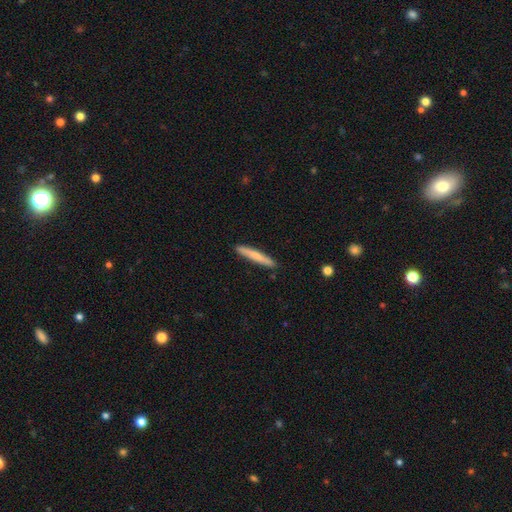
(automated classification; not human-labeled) A smooth galaxy with no disk features (68%) that is cigar-shaped (95%).

Vote fractions:
- Smooth or featured? smooth: 68% / featured or disk: 26% / star or artifact: 5%
- How rounded? cigar-shaped: 95% / in between: 4% / round: 1%
- Merging? none: 91% / minor disturbance: 7% / major disturbance: 1% / merger: 1%